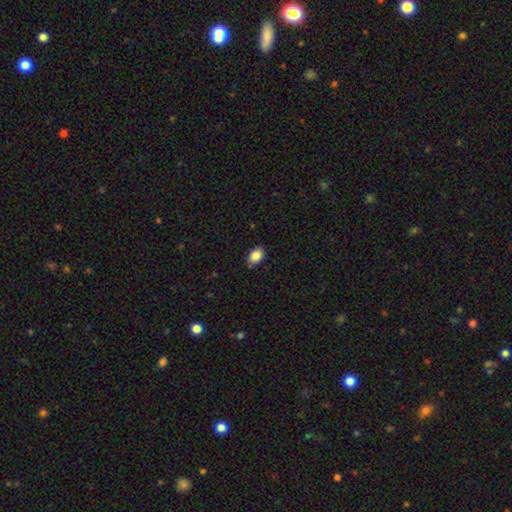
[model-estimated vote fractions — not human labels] Q: Smooth or featured?
A: smooth (87%); runner-up: star or artifact (8%)
Q: How rounded?
A: in between (79%); runner-up: round (20%)
Q: Merging?
A: none (81%); runner-up: minor disturbance (15%)